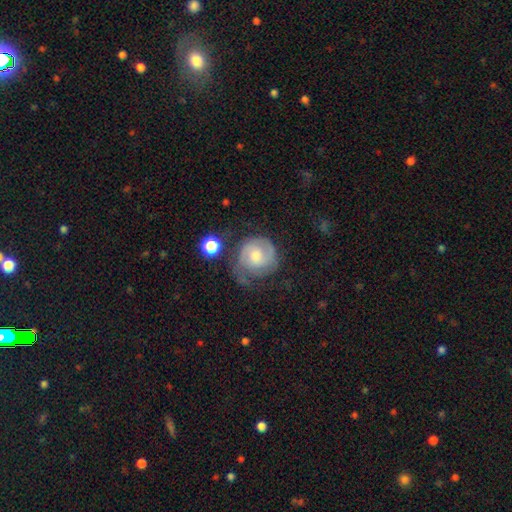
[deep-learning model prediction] Smooth or featured: featured or disk — 67% (smooth — 25%)
Edge-on disk: no — 98% (yes — 2%)
Bar: no — 62% (weak — 33%)
Spiral arms: yes — 90% (no — 10%)
Spiral winding: tight — 53% (medium — 36%)
Spiral arm count: 2 — 56% (can't tell — 19%)
Bulge size: moderate — 58% (small — 29%)
Merging: none — 49% (minor disturbance — 27%)